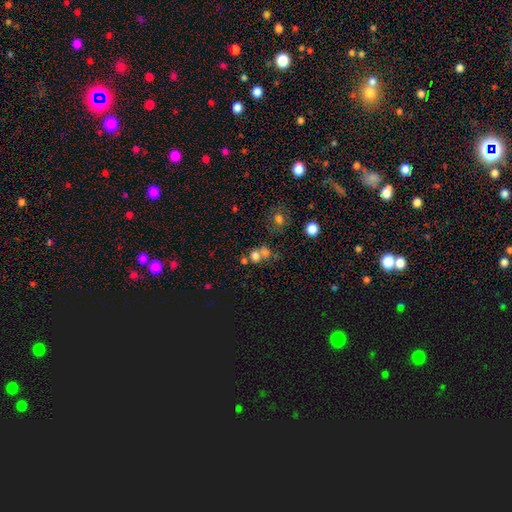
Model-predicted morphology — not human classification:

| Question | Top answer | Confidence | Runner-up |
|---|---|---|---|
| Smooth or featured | smooth | 45% | star or artifact (42%) |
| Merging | none | 48% | merger (37%) |